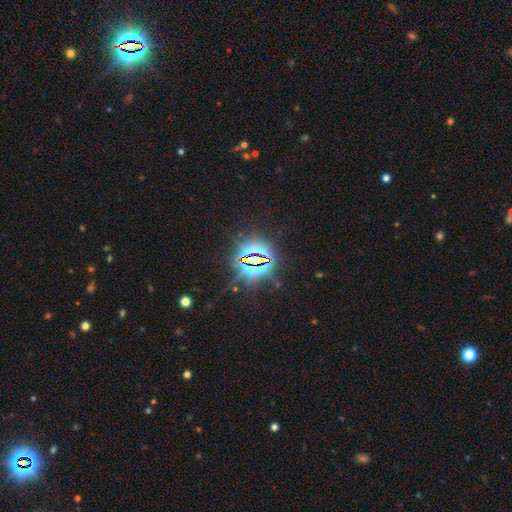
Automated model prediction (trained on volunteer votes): star or artifact 84%, featured or disk 8%, smooth 8%.